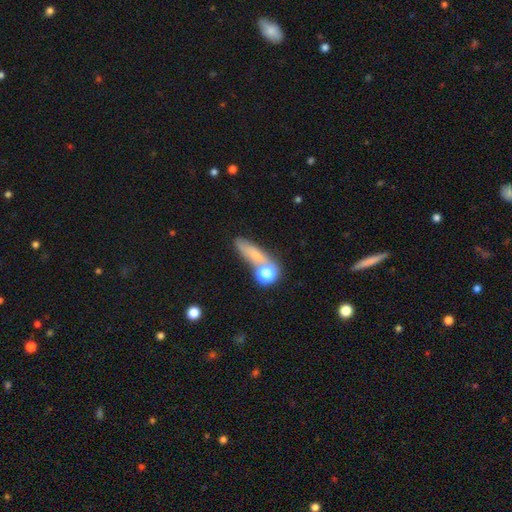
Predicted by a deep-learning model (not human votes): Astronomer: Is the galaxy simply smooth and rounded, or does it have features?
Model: smooth — 64%.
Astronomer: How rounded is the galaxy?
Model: cigar-shaped — 47% (runner-up: in between, 35%).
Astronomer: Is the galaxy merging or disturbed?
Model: none — 56%.